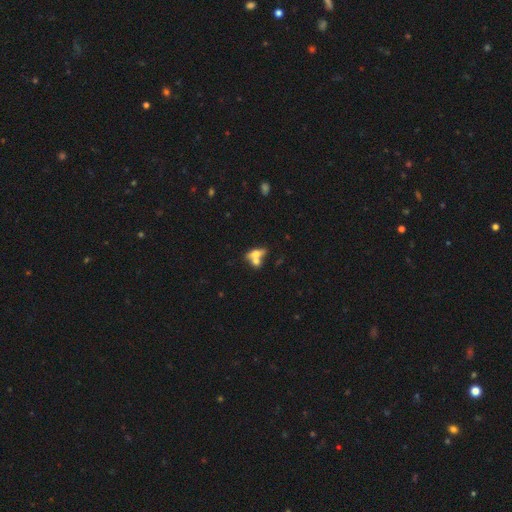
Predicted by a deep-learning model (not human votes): A smooth galaxy with no disk features (55%) that is in between round and cigar-shaped (66%).

Vote fractions:
- Smooth or featured? smooth: 55% / featured or disk: 35% / star or artifact: 10%
- How rounded? in between: 66% / cigar-shaped: 19% / round: 15%
- Merging? merger: 57% / none: 30% / minor disturbance: 8% / major disturbance: 5%